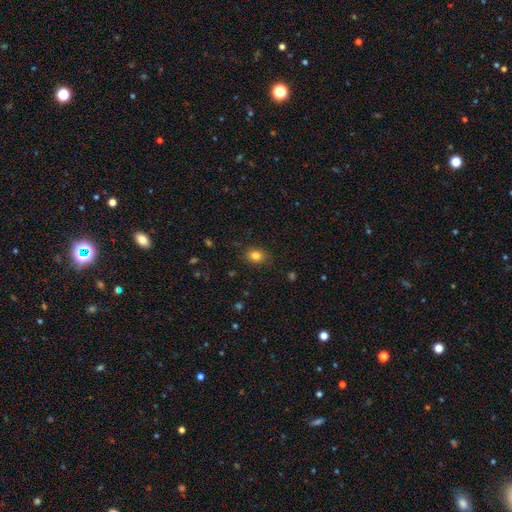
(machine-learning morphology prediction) type=smooth (83%); roundness=in between (52%); merging=none (83%).